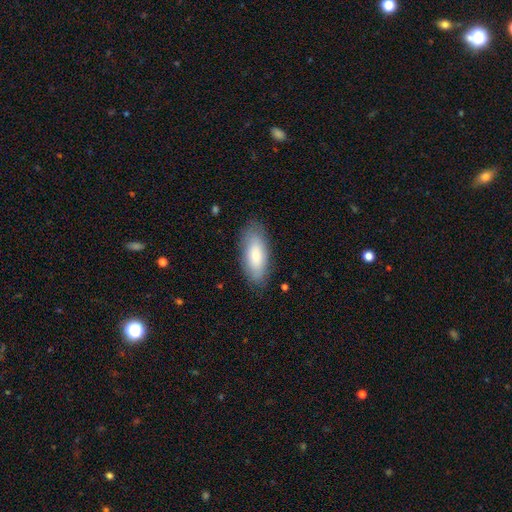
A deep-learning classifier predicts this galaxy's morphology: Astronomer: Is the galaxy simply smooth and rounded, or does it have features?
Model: smooth — 78%.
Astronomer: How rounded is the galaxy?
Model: in between — 82%.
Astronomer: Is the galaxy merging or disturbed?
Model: none — 82%.